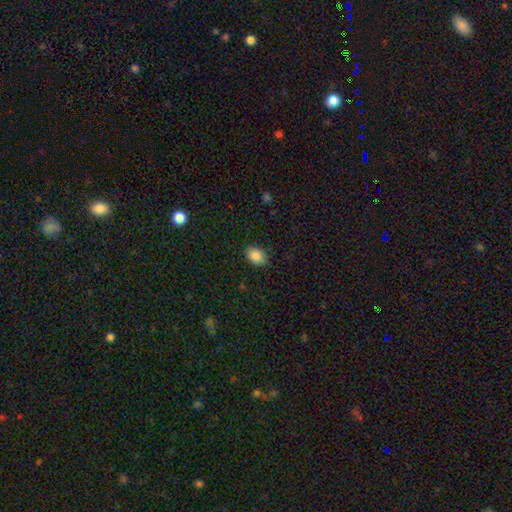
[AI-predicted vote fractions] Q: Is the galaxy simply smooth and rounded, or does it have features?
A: smooth — 87%.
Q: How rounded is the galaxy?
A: in between — 80%.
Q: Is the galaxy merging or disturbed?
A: none — 86%.